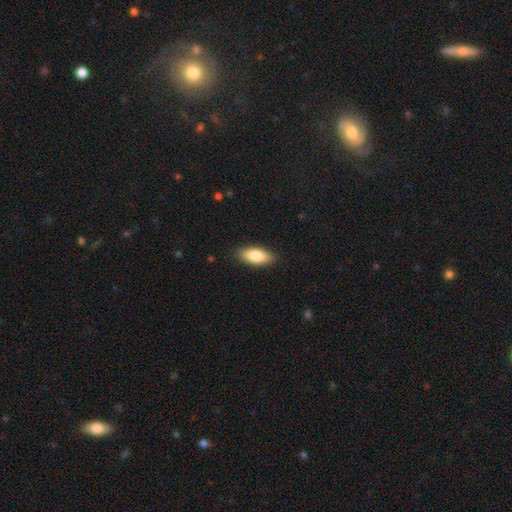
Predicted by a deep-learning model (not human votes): This is clearly a smooth galaxy (83%). How rounded: clearly in between (85%). Merging: clearly none (88%).